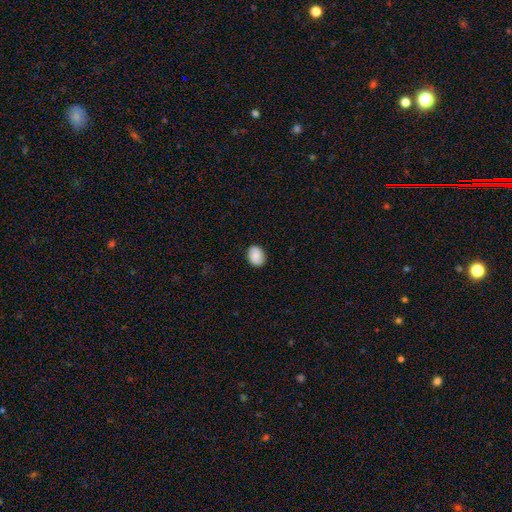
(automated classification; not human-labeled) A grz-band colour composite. It shows a smooth galaxy with no disk features (79%) that is in between round and cigar-shaped (58%). Merging: none (86%).